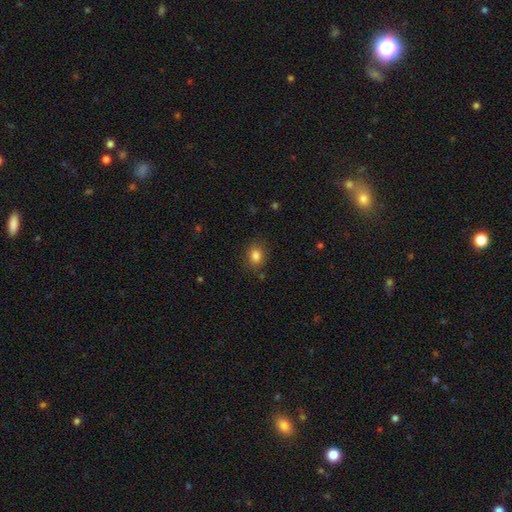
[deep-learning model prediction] This is clearly a smooth galaxy (83%). How rounded: possibly round (55%). Merging: clearly none (84%).